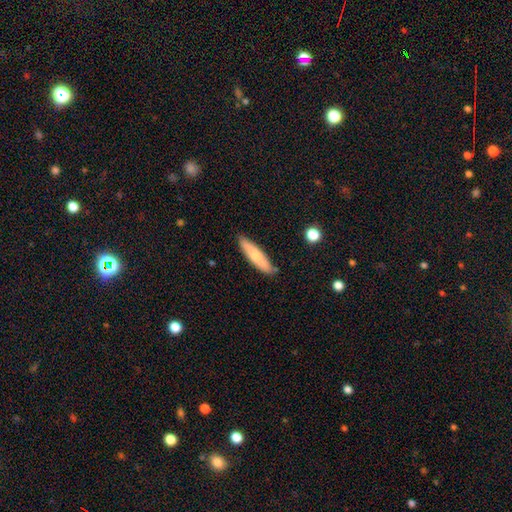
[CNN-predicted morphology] smooth 68%, featured or disk 26%, star or artifact 6%. Down the decision tree: how rounded — cigar-shaped (74%); merging — none (84%).